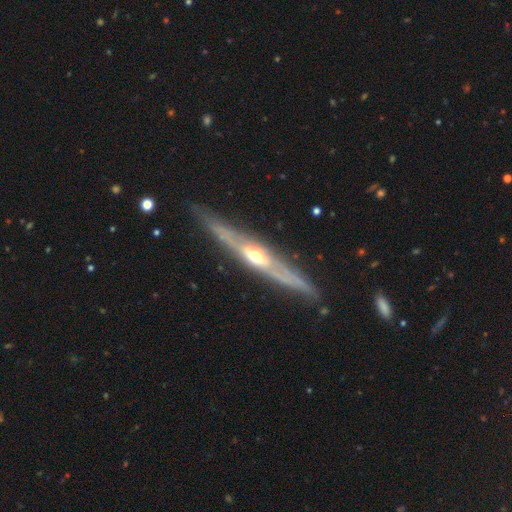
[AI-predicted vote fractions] smooth_or_featured: featured or disk (p=0.81) [alt: smooth p=0.14]
disk_edge_on: yes (p=0.86) [alt: no p=0.14]
edge_on_bulge: rounded (p=0.84) [alt: none p=0.11]
merging: none (p=0.83) [alt: minor disturbance p=0.13]